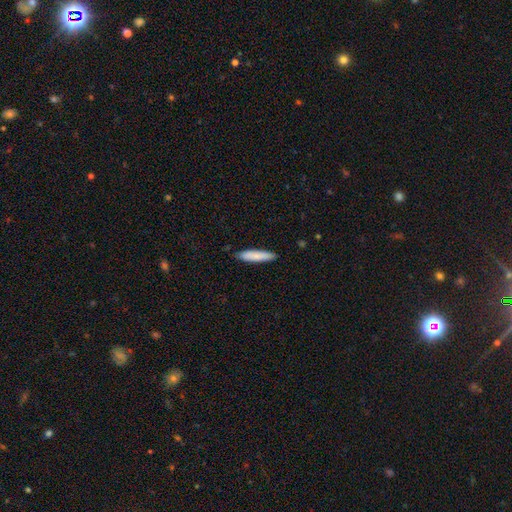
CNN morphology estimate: This is clearly a smooth galaxy (83%). How rounded: clearly cigar-shaped (81%). Merging: clearly none (86%).